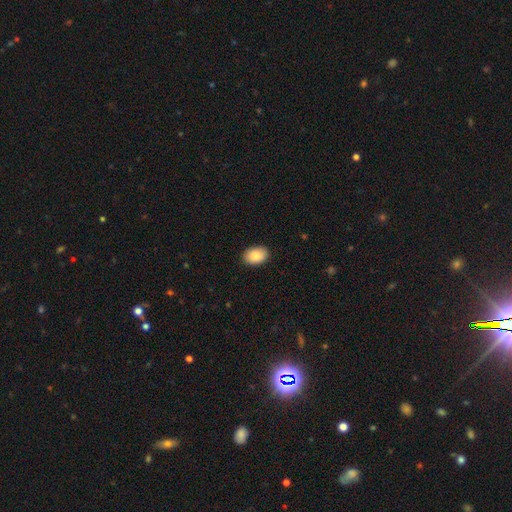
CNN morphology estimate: This is clearly a smooth galaxy (88%). How rounded: clearly in between (84%). Merging: clearly none (89%).